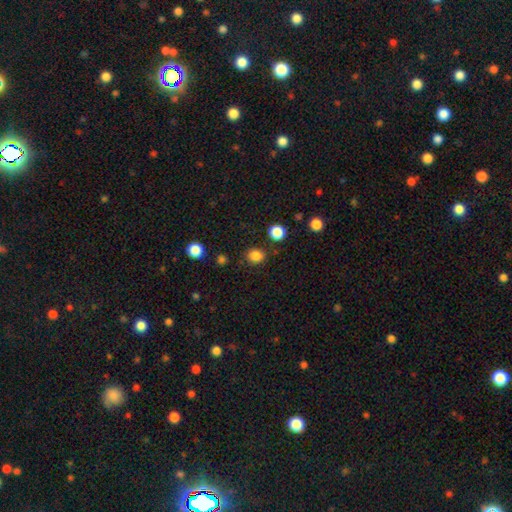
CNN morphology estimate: Smooth or featured? Predicted: smooth (p=0.84). How rounded? Predicted: round (p=0.75). Merging? Predicted: none (p=0.85).